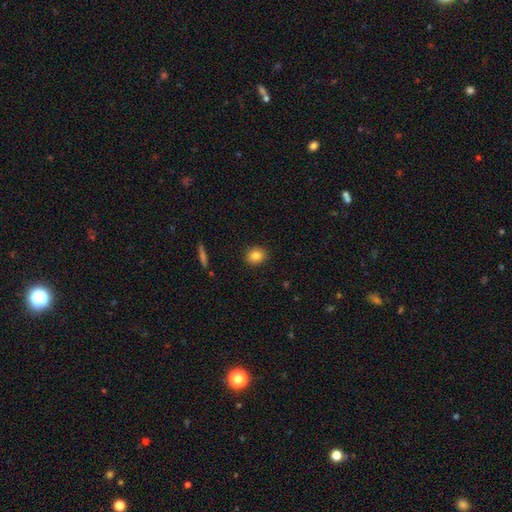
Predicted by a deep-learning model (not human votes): Morphology: type=smooth (83%); roundness=round (67%); merging=none (90%).